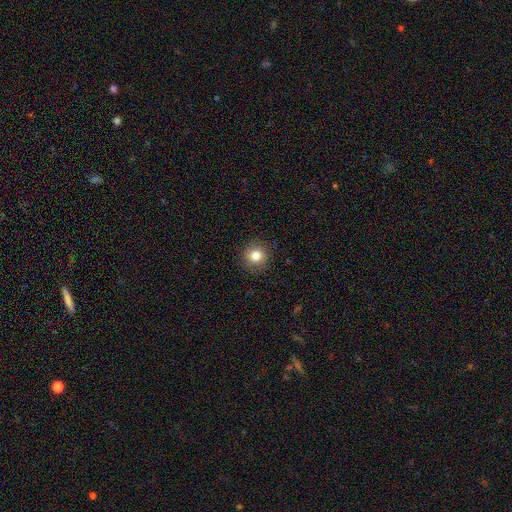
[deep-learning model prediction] Overall: smooth (81%). How rounded: round (92%). Merging: none (90%).